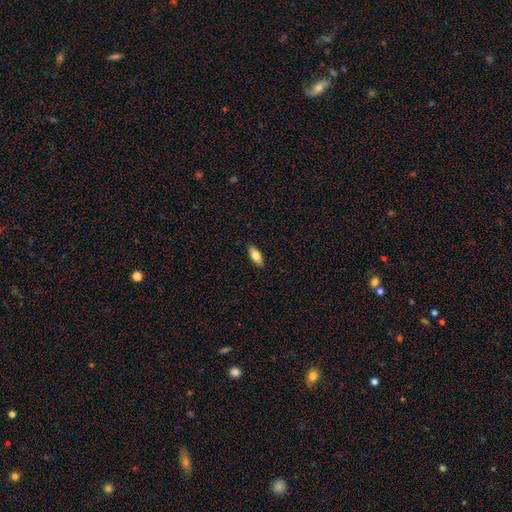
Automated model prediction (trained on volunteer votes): Overall: smooth (77%). How rounded: in between (81%). Merging: none (89%).